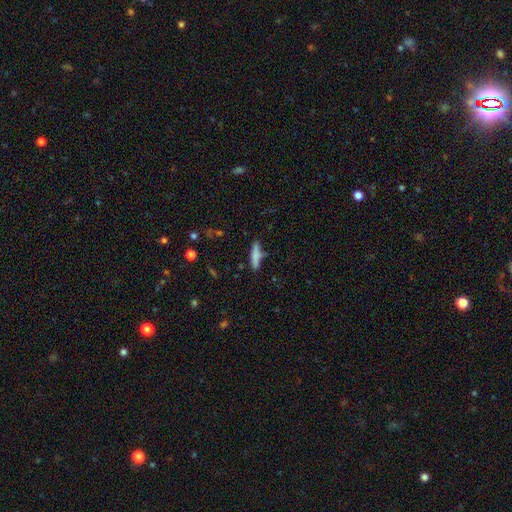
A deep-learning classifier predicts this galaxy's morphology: A smooth galaxy with no disk features (78%) that is cigar-shaped (78%). Merging: none (71%).